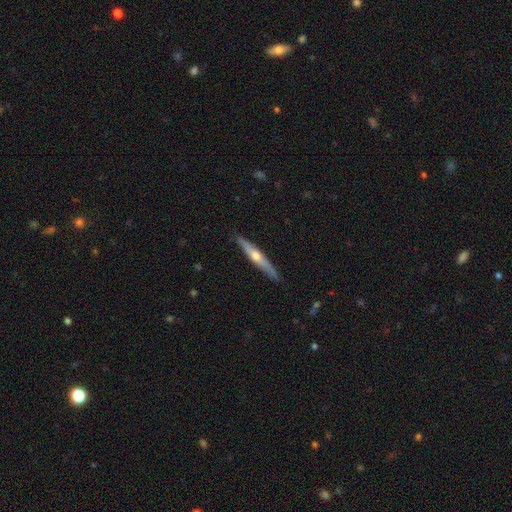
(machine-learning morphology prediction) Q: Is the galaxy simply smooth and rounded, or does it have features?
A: featured or disk — 64%.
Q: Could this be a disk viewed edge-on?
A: yes — 96%.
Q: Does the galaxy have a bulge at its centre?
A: rounded — 86%.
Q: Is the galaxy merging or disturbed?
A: none — 89%.